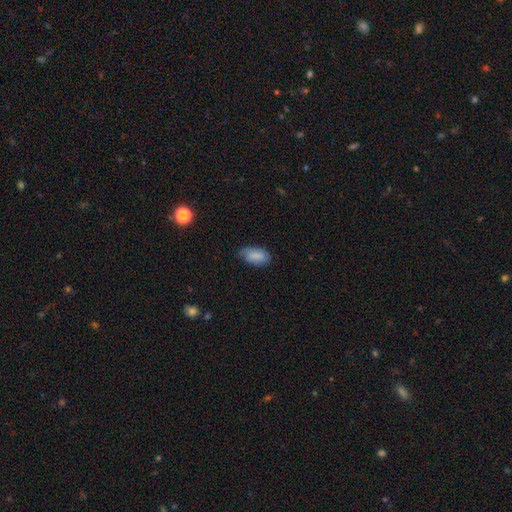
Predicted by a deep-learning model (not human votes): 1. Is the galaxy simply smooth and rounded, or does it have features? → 83% smooth, 10% featured or disk, 7% star or artifact.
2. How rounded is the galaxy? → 93% in between, 3% cigar-shaped, 3% round.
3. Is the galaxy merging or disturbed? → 71% none, 24% minor disturbance, 4% major disturbance, 1% merger.